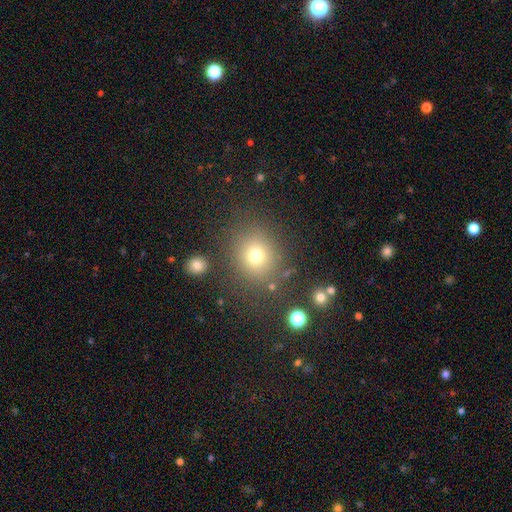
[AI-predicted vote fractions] Morphology: type=smooth (73%); roundness=round (78%); merging=none (82%).